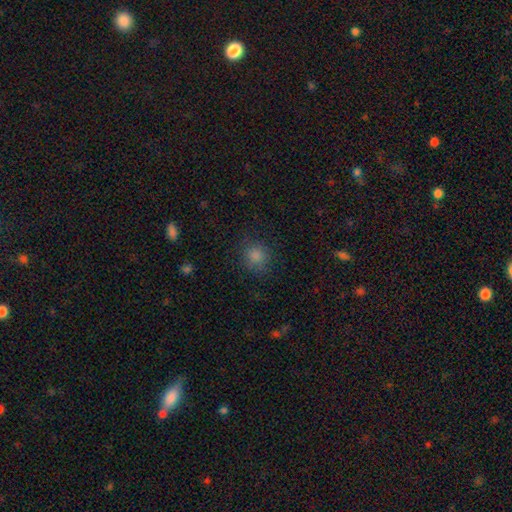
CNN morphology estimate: Smooth or featured?
  - smooth: 81% *
  - star or artifact: 15%
  - featured or disk: 5%
How rounded?
  - round: 85% *
  - in between: 14%
  - cigar-shaped: 1%
Merging?
  - none: 83% *
  - minor disturbance: 11%
  - major disturbance: 4%
  - merger: 1%